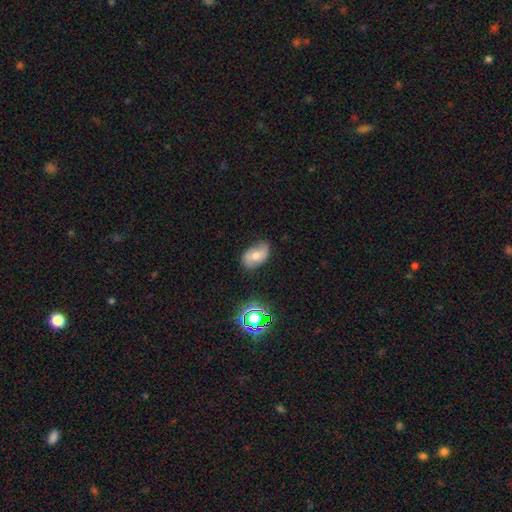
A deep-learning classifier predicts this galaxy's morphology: A smooth galaxy with no disk features (58%) that is in between round and cigar-shaped (88%). Merging: none (69%).